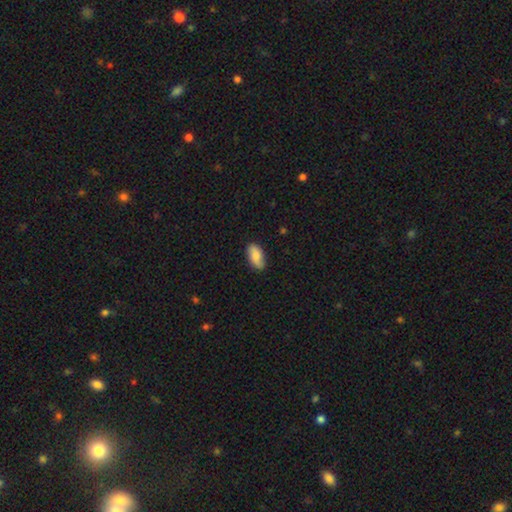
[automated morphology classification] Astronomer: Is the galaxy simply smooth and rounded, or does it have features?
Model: smooth — 79%.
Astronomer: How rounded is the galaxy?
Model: in between — 92%.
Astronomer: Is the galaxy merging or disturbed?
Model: none — 79%.